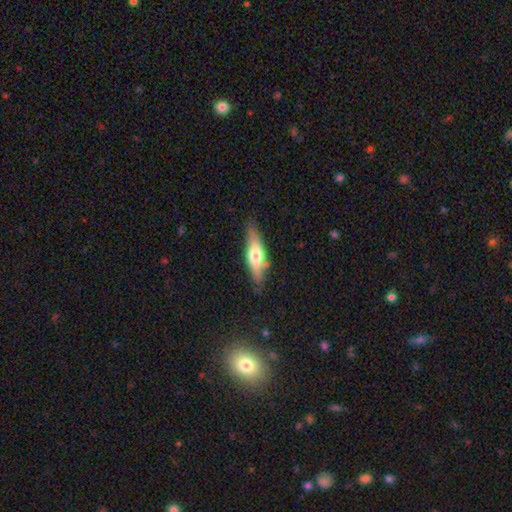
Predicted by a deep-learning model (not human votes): The model was most divided on "smooth or featured": smooth: 50%, featured or disk: 44%, star or artifact: 6%. More confident: merging — none (78%); how rounded — cigar-shaped (54%).